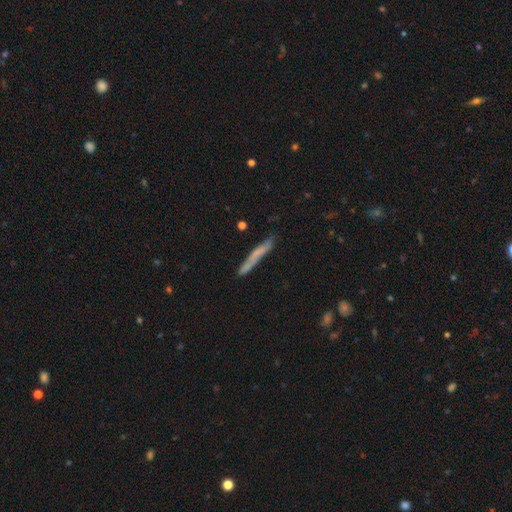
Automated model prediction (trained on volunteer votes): A smooth galaxy with no disk features (57%) that is cigar-shaped (96%). Merging: none (81%).